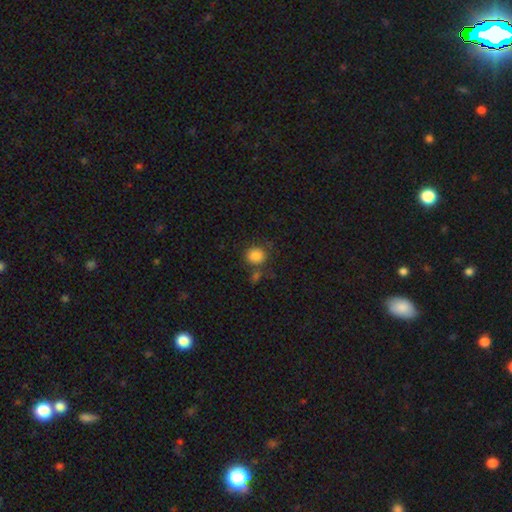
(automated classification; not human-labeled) This appears to be a smooth galaxy with no disk features (86%) that is round (80%). Merging: none (68%).